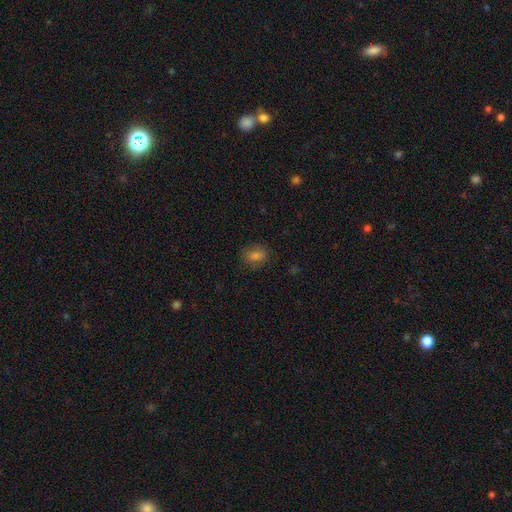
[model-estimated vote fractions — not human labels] A smooth galaxy with no disk features (78%) that is in between round and cigar-shaped (59%). Merging: none (83%).